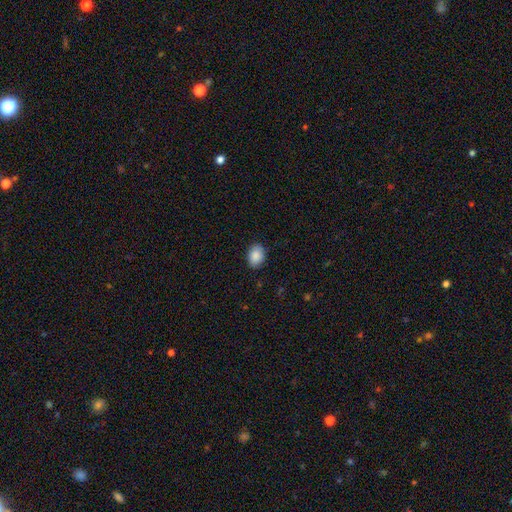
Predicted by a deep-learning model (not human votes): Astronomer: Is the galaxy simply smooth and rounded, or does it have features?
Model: smooth — 89%.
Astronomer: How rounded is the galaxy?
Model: in between — 76%.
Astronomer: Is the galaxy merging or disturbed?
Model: none — 88%.